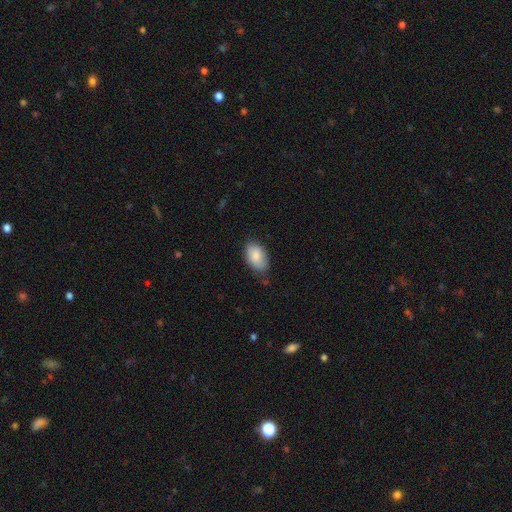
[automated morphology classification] Smooth or featured? Predicted: smooth (p=0.86). How rounded? Predicted: in between (p=0.92). Merging? Predicted: none (p=0.74).